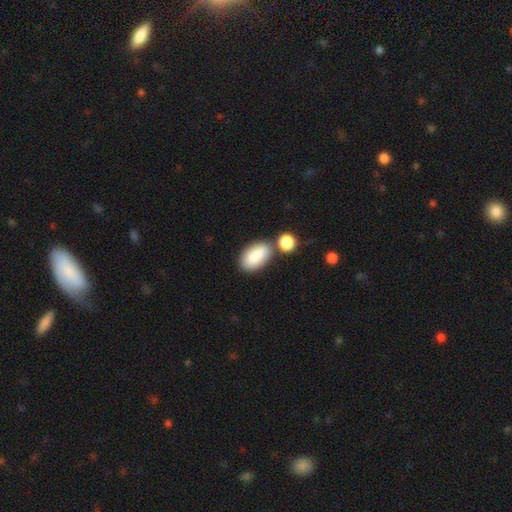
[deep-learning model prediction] Smooth or featured?
  - smooth: 86% *
  - featured or disk: 8%
  - star or artifact: 6%
How rounded?
  - in between: 93% *
  - round: 4%
  - cigar-shaped: 2%
Merging?
  - none: 59% *
  - merger: 24%
  - minor disturbance: 12%
  - major disturbance: 4%